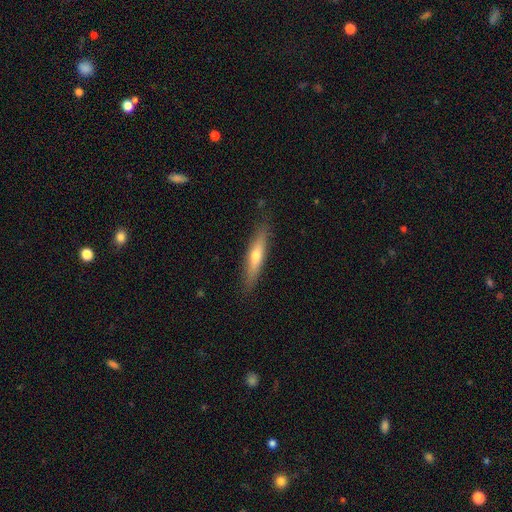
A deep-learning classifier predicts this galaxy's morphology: Smooth or featured? Predicted: smooth (p=0.49). Merging? Predicted: none (p=0.86).